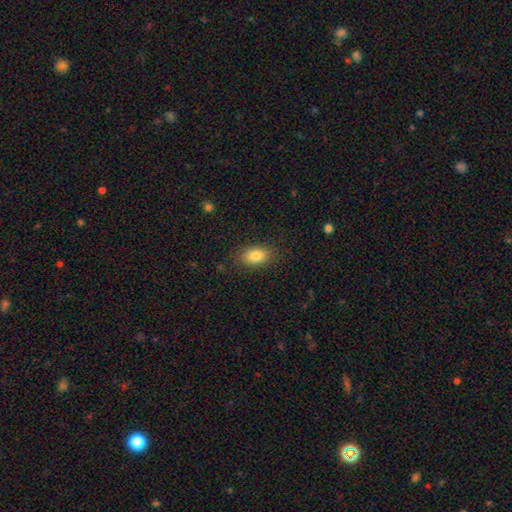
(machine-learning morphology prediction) This appears to be a smooth galaxy with no disk features (82%) that is in between round and cigar-shaped (88%). Merging: none (85%).